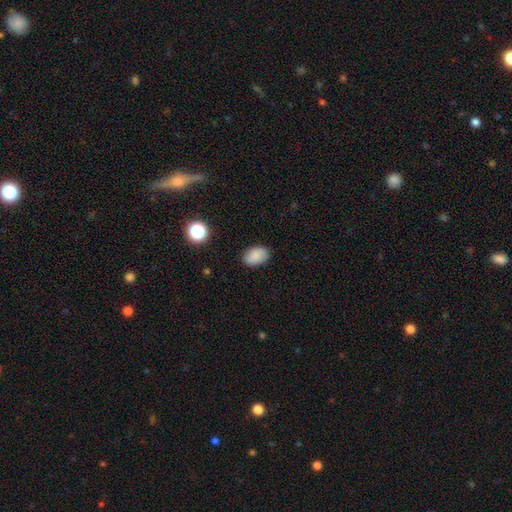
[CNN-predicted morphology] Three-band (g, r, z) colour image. It shows a smooth galaxy with no disk features (86%) that is in between round and cigar-shaped (85%). Merging: none (85%).